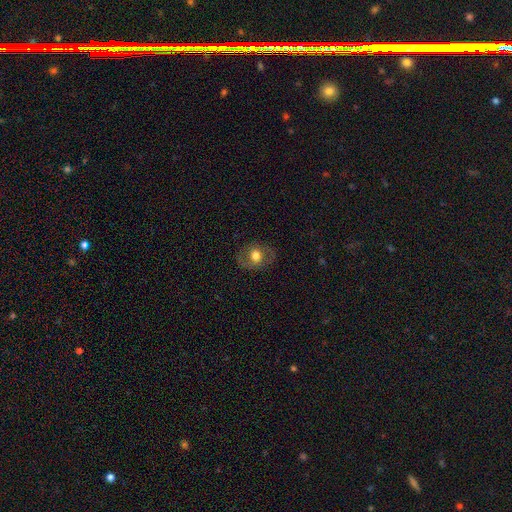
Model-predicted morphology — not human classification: This appears to be a smooth galaxy with no disk features (53%) that is round (53%). Merging: none (80%).